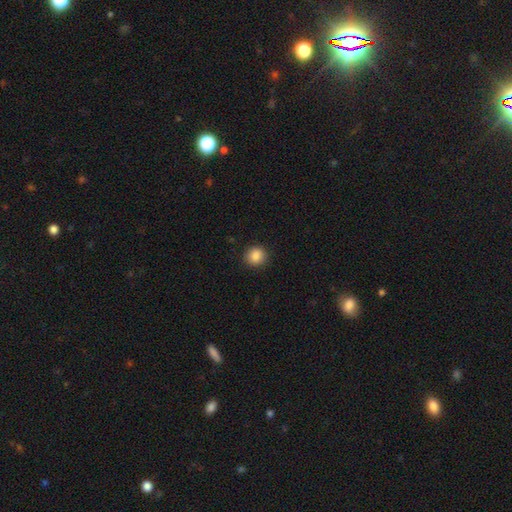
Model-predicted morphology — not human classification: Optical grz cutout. It shows a smooth galaxy with no disk features (87%) that is round (87%). Merging: none (91%).